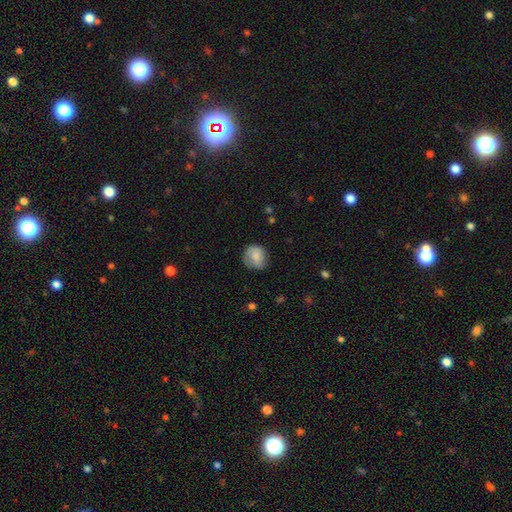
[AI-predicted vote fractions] Smooth or featured? Predicted: smooth (p=0.77). How rounded? Predicted: round (p=0.80). Merging? Predicted: none (p=0.67).